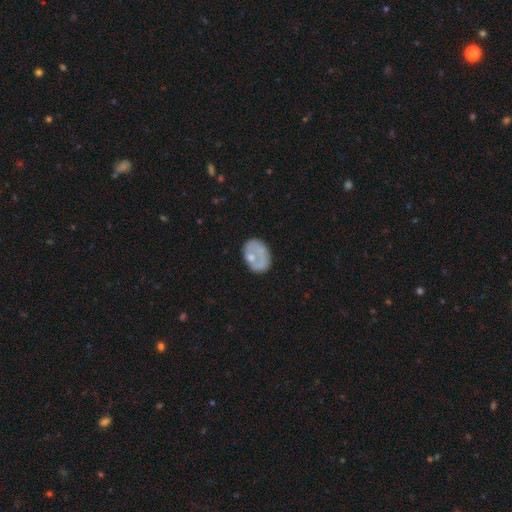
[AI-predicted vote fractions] This is possibly a smooth galaxy (53%). How rounded: likely in between (73%). Merging: possibly none (49%).